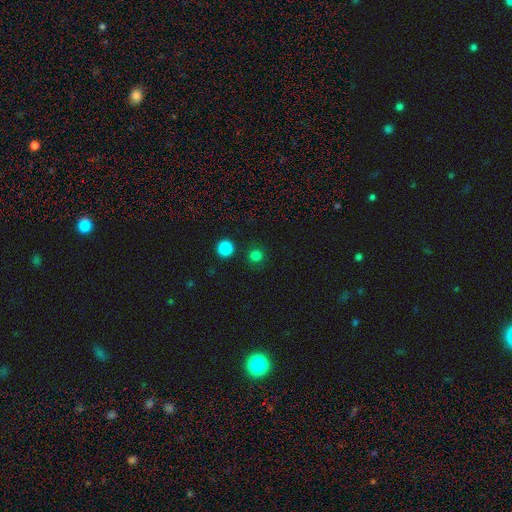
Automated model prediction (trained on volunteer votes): Overall: smooth (80%). How rounded: round (93%). Merging: none (87%).